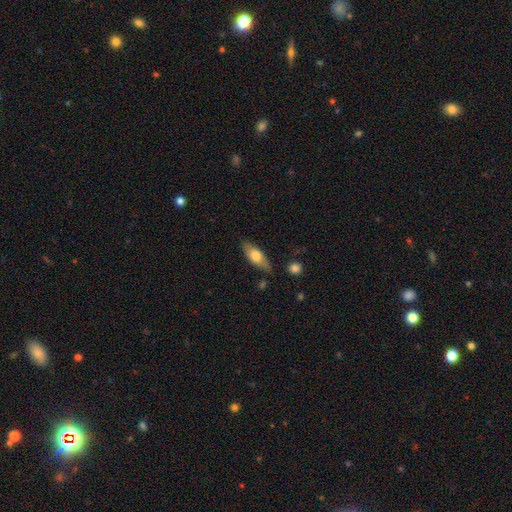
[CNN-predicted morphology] type=smooth (64%); roundness=in between (69%); merging=none (78%).